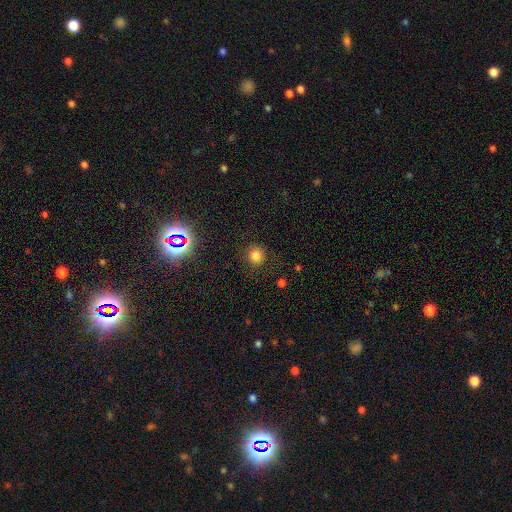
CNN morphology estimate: A smooth galaxy with no disk features (78%) that is round (89%). Merging: none (85%).